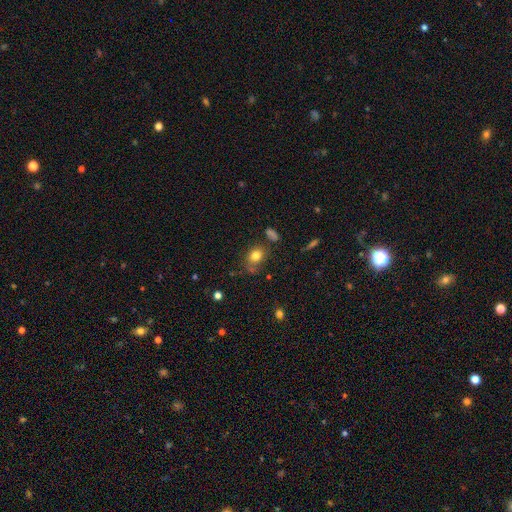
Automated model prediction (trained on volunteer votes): smooth 79%, star or artifact 12%, featured or disk 10%. Down the decision tree: how rounded — round (51%); merging — none (61%).